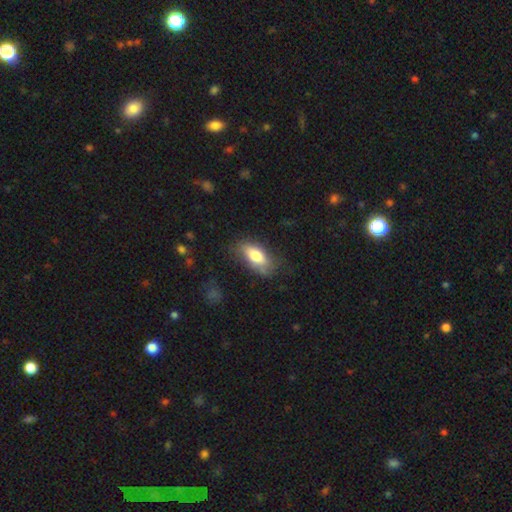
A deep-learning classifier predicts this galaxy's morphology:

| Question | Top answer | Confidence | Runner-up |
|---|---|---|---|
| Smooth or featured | smooth | 72% | featured or disk (21%) |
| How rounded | in between | 84% | cigar-shaped (13%) |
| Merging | none | 63% | minor disturbance (25%) |